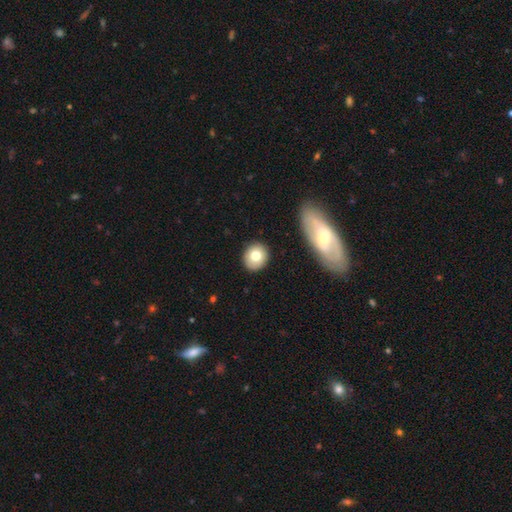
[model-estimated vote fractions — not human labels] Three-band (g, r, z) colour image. It shows a smooth galaxy with no disk features (77%) that is round (76%). Merging: none (87%).